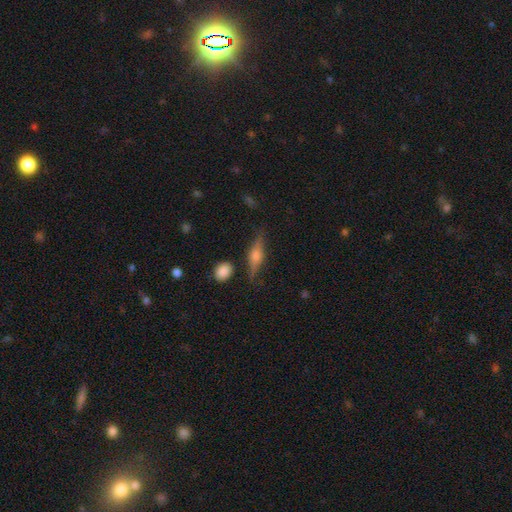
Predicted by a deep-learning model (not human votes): Smooth or featured? featured or disk (66%)
Edge-on disk? yes (95%)
Edge-on bulge? rounded (88%)
Merging? none (80%)